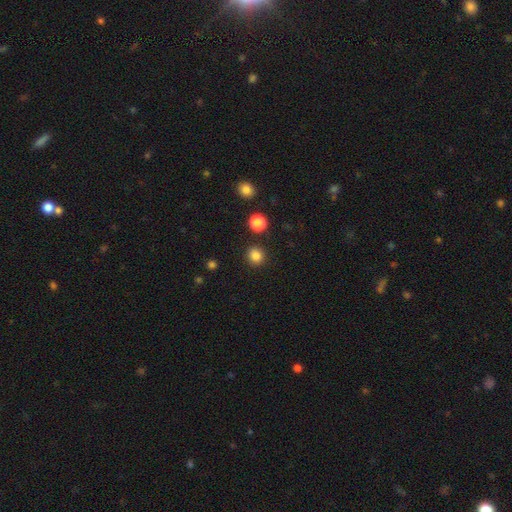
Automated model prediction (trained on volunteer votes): smooth-or-featured: smooth: 84% | star or artifact: 12% | featured or disk: 4%
  how-rounded: round: 89% | in between: 10% | cigar-shaped: 1%
  merging: none: 90% | minor disturbance: 6% | merger: 3% | major disturbance: 2%